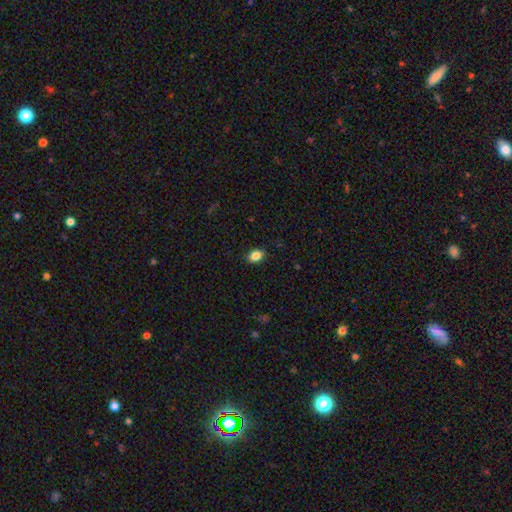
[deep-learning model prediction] This is clearly a smooth galaxy (86%). How rounded: likely in between (73%). Merging: clearly none (89%).